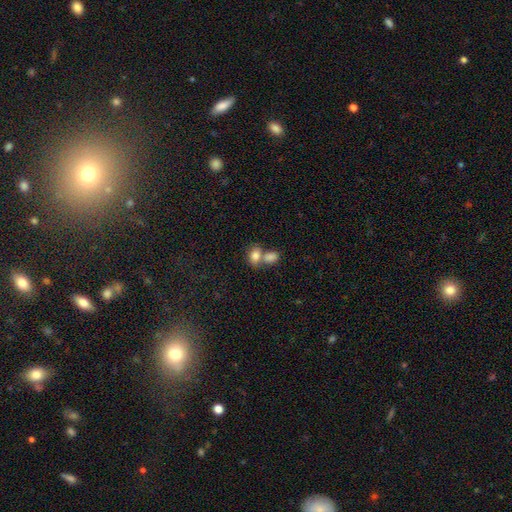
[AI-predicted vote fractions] Morphology: type=smooth (82%); roundness=in between (75%); merging=merger (58%).